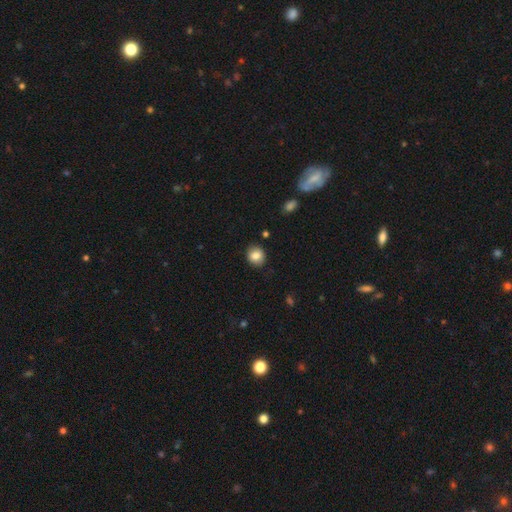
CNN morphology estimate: A smooth galaxy with no disk features (84%) that is round (76%). Merging: none (88%).